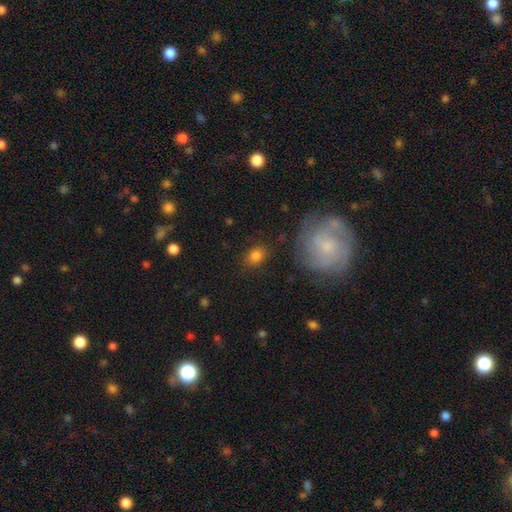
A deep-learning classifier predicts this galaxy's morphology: This appears to be a smooth galaxy with no disk features (81%) that is in between round and cigar-shaped (59%). Merging: none (81%).